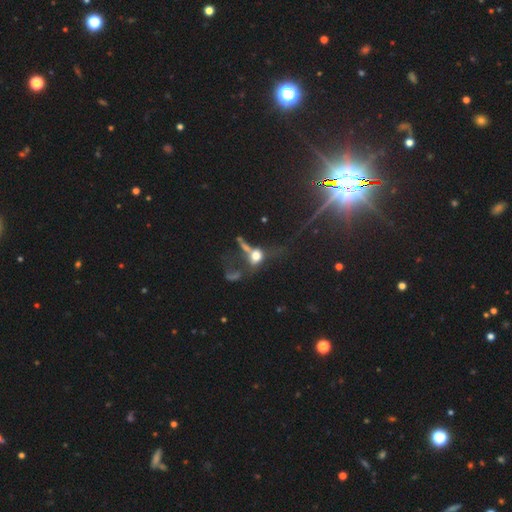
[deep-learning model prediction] Smooth or featured: smooth — 47% (featured or disk — 31%)
Merging: major disturbance — 35% (merger — 31%)